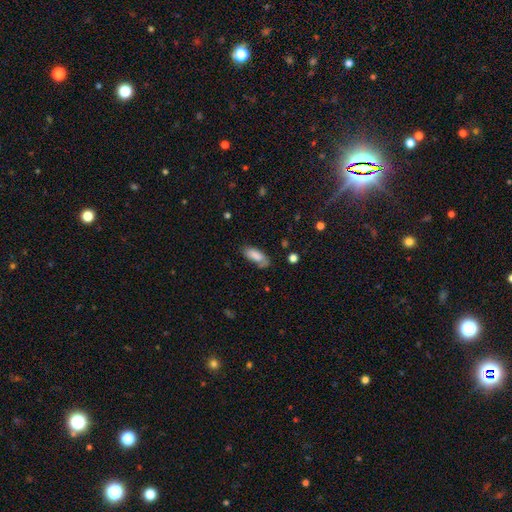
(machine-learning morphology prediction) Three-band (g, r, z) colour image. It shows a smooth galaxy with no disk features (81%) that is in between round and cigar-shaped (84%). Merging: none (62%).